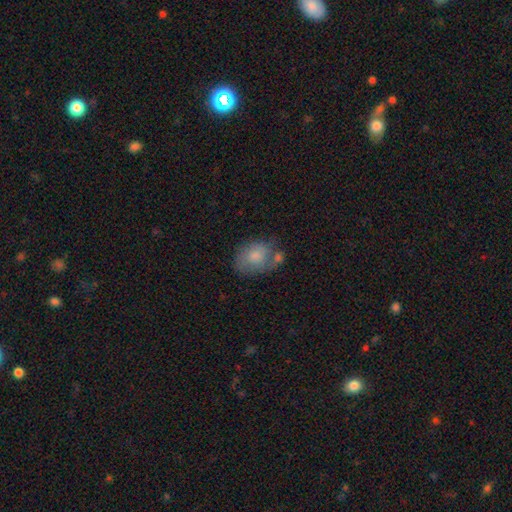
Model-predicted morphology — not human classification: A smooth galaxy with no disk features (75%) that is in between round and cigar-shaped (69%). Merging: none (45%).